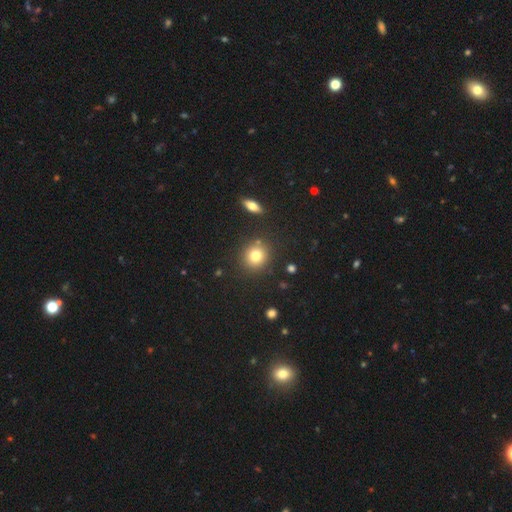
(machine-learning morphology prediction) This is likely a smooth galaxy (78%). How rounded: clearly round (87%). Merging: clearly none (84%).